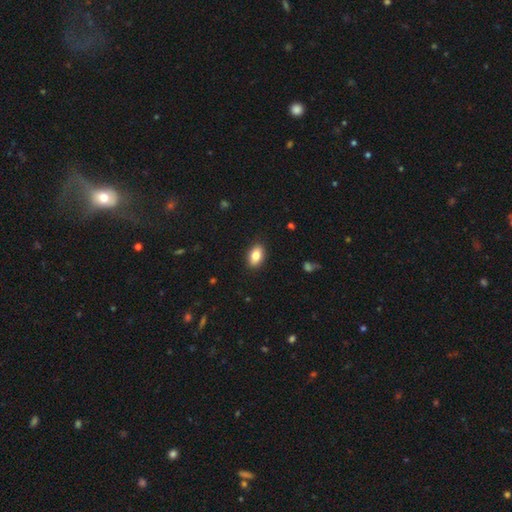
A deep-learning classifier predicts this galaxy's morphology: Smooth or featured? Predicted: smooth (p=0.83). How rounded? Predicted: in between (p=0.89). Merging? Predicted: none (p=0.89).